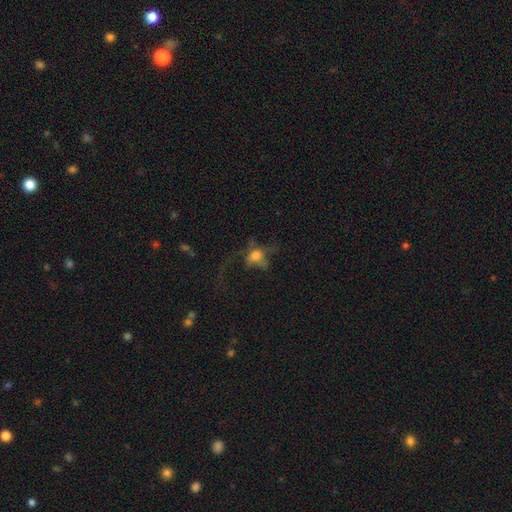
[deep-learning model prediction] smooth 51%, featured or disk 32%, star or artifact 16%. Down the decision tree: how rounded — round (50%); merging — major disturbance (52%).